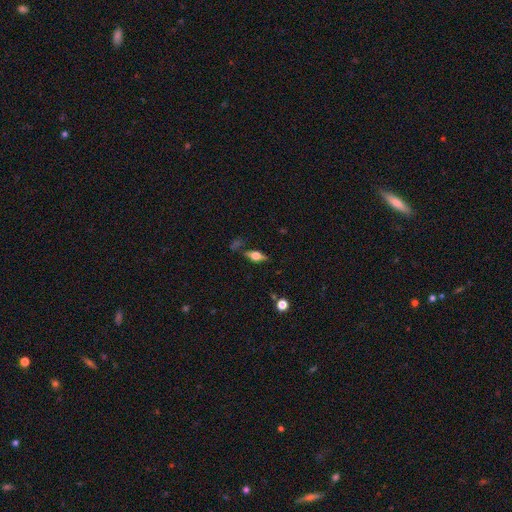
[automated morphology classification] This appears to be a featured or disk galaxy (55%) viewed edge-on (91%). Merging: none (76%).